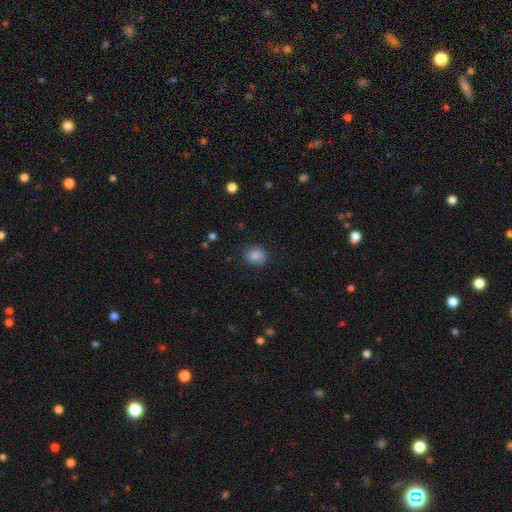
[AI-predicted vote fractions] A smooth galaxy with no disk features (86%) that is round (68%).

Vote fractions:
- Smooth or featured? smooth: 86% / star or artifact: 9% / featured or disk: 5%
- How rounded? round: 68% / in between: 31% / cigar-shaped: 1%
- Merging? none: 84% / minor disturbance: 11% / major disturbance: 3% / merger: 1%